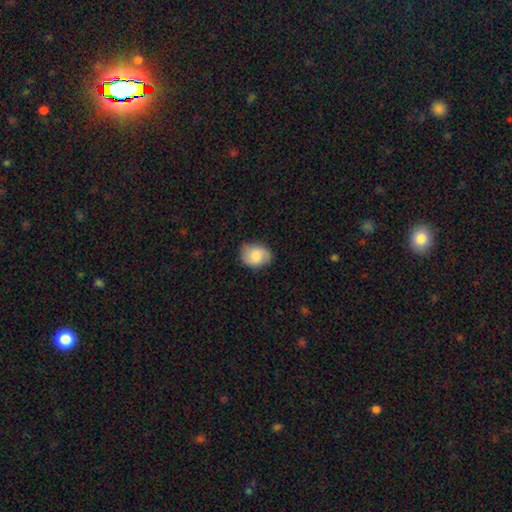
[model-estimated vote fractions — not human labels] The model was most divided on "how rounded": in between: 58%, round: 41%, cigar-shaped: 1%. More confident: merging — none (74%); smooth or featured — smooth (69%).